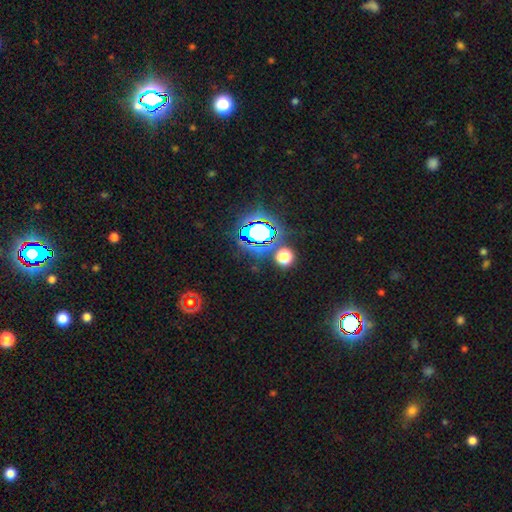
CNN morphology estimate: Smooth or featured?
  - star or artifact: 80% *
  - smooth: 12%
  - featured or disk: 8%